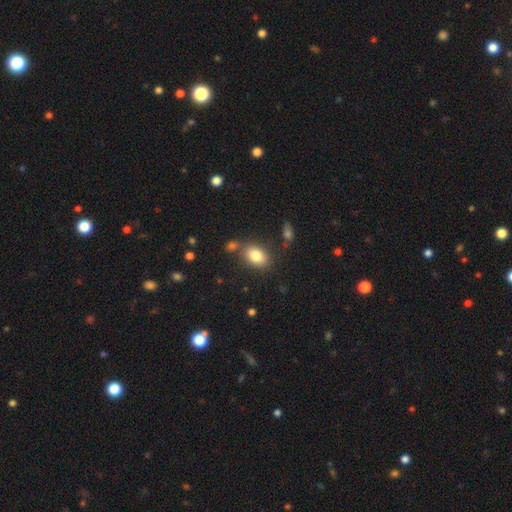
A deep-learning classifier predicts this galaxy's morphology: smooth-or-featured: smooth: 82% | featured or disk: 10% | star or artifact: 9%
  how-rounded: in between: 80% | round: 19% | cigar-shaped: 1%
  merging: none: 72% | minor disturbance: 13% | merger: 11% | major disturbance: 4%